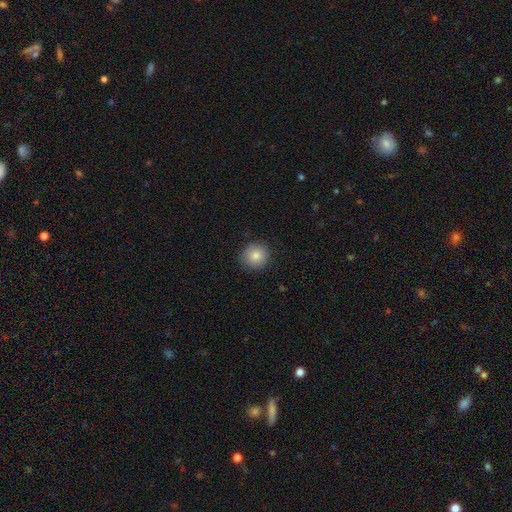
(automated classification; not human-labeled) This appears to be a smooth galaxy with no disk features (84%) that is round (92%). Merging: none (87%).